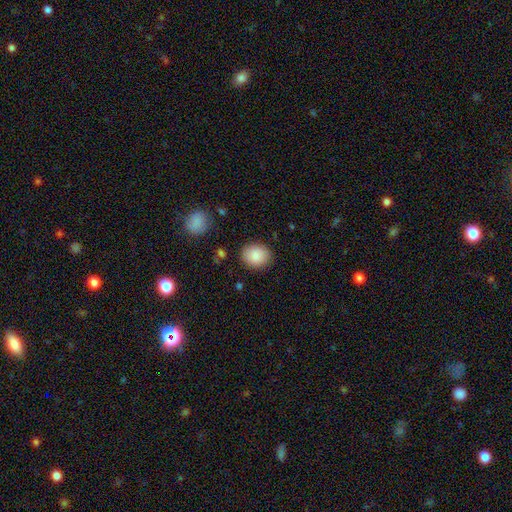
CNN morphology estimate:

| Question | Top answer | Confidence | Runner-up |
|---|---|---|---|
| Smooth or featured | smooth | 88% | star or artifact (7%) |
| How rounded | round | 56% | in between (44%) |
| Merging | none | 86% | minor disturbance (10%) |